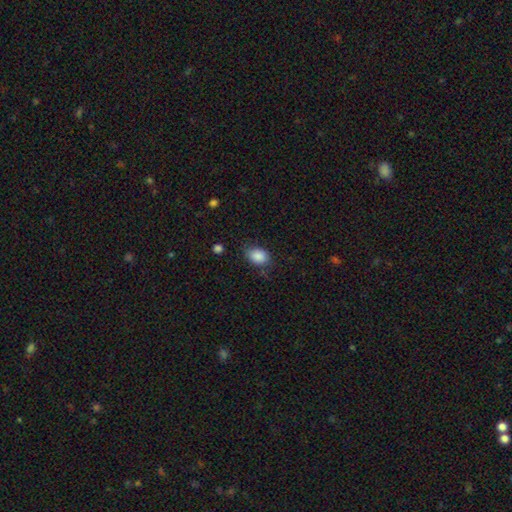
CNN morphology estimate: A smooth galaxy with no disk features (87%) that is in between round and cigar-shaped (73%).

Vote fractions:
- Smooth or featured? smooth: 87% / star or artifact: 8% / featured or disk: 5%
- How rounded? in between: 73% / round: 26% / cigar-shaped: 1%
- Merging? none: 70% / minor disturbance: 23% / major disturbance: 6% / merger: 2%